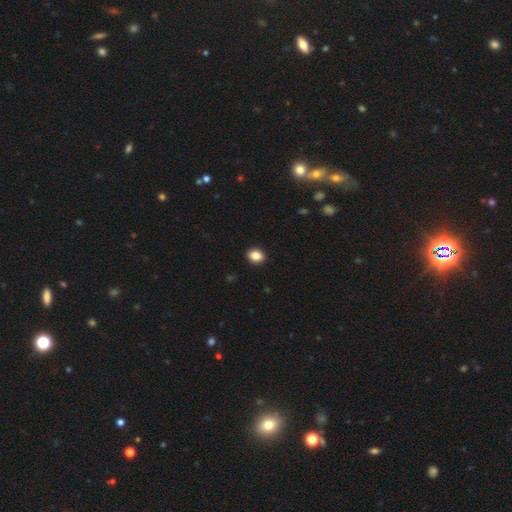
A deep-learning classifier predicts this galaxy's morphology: type=smooth (86%); roundness=round (51%); merging=none (92%).